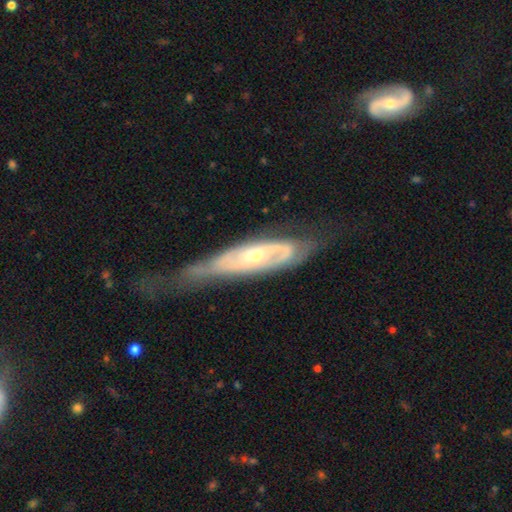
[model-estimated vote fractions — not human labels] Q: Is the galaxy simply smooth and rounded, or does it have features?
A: featured or disk — 81%.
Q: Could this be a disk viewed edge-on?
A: no — 78%.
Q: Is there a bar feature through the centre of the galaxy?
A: no — 61%.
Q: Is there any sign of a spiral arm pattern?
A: yes — 84%.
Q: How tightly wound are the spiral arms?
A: tight — 55%.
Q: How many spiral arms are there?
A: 2 — 48%.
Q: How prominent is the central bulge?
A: small — 51%.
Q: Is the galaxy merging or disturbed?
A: none — 41%.